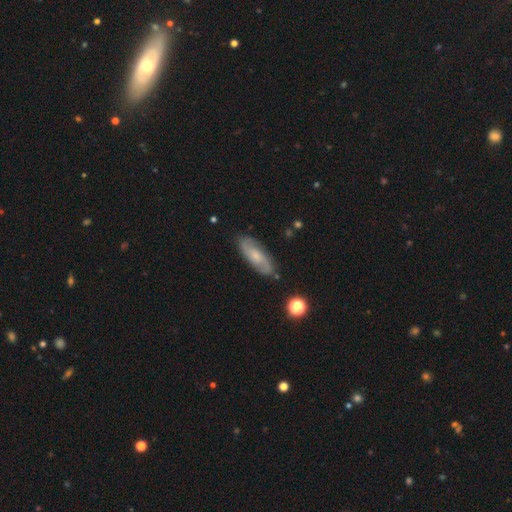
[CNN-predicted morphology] Q: Smooth or featured?
A: featured or disk (60%); runner-up: smooth (33%)
Q: Edge-on disk?
A: no (87%); runner-up: yes (13%)
Q: Bar?
A: no (60%); runner-up: weak (33%)
Q: Spiral arms?
A: yes (89%); runner-up: no (11%)
Q: Bulge size?
A: small (54%); runner-up: moderate (35%)
Q: Merging?
A: none (83%); runner-up: minor disturbance (13%)